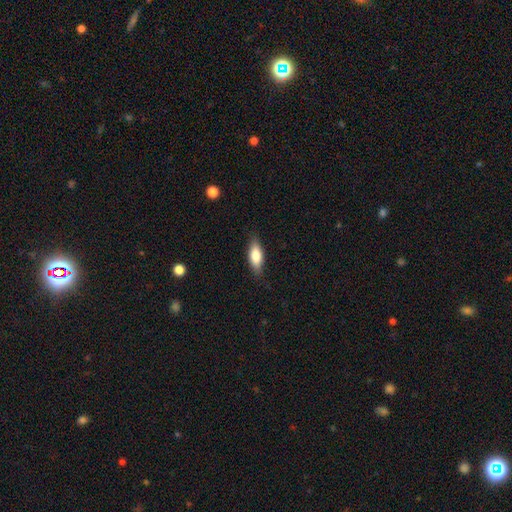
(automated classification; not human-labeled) This is likely a smooth galaxy (75%). How rounded: likely in between (70%). Merging: clearly none (82%).